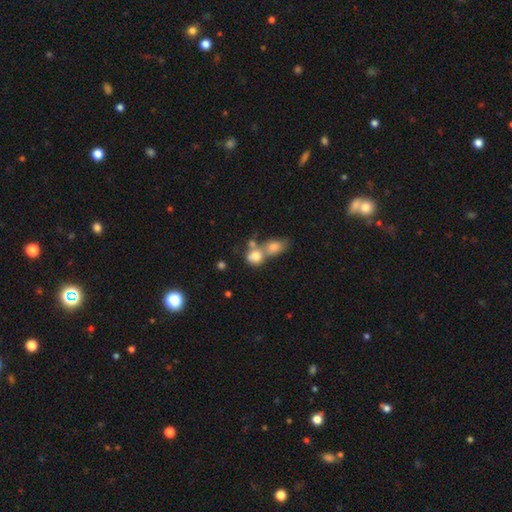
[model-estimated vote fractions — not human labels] smooth-or-featured: smooth: 75% | featured or disk: 15% | star or artifact: 11%
  how-rounded: round: 59% | in between: 39% | cigar-shaped: 2%
  merging: merger: 62% | none: 26% | minor disturbance: 8% | major disturbance: 5%